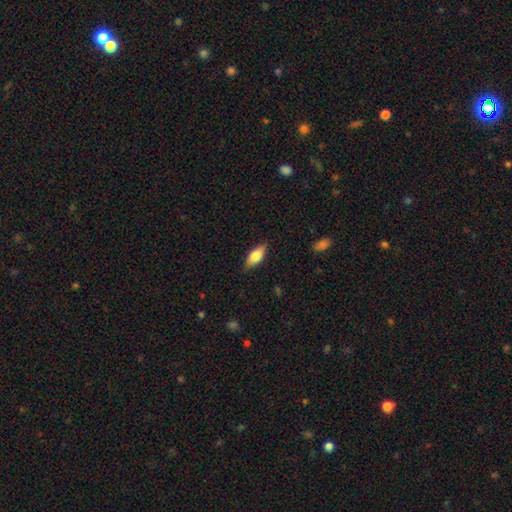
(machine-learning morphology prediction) smooth-or-featured: smooth: 75% | featured or disk: 19% | star or artifact: 6%
  how-rounded: in between: 80% | cigar-shaped: 17% | round: 3%
  merging: none: 84% | minor disturbance: 12% | major disturbance: 3% | merger: 1%